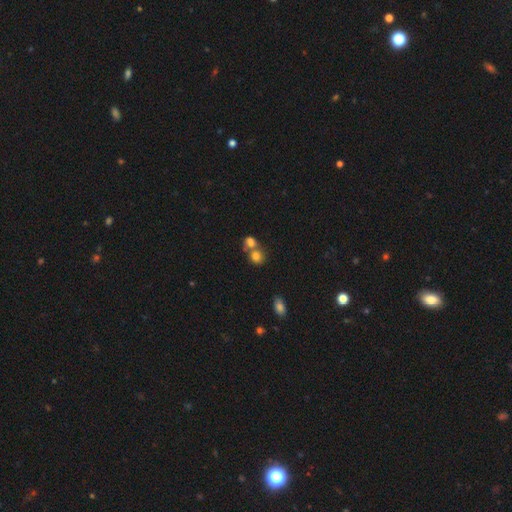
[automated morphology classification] Smooth or featured? Predicted: smooth (p=0.78). How rounded? Predicted: round (p=0.76). Merging? Predicted: merger (p=0.51).